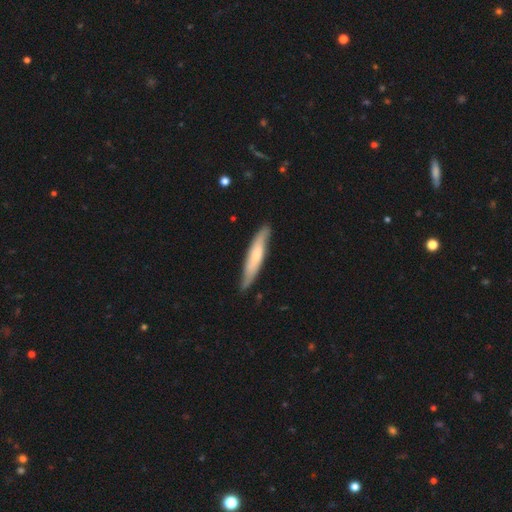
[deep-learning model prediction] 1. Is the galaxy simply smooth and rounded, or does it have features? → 56% smooth, 39% featured or disk, 5% star or artifact.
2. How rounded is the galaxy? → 89% cigar-shaped, 10% in between, 1% round.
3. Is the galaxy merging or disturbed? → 79% none, 17% minor disturbance, 3% major disturbance, 2% merger.